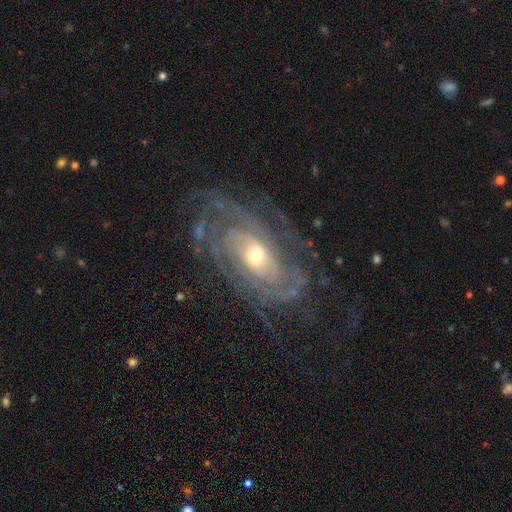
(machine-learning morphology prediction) A featured or disk galaxy (88%) with no bar (64%), tight (65%) spiral arms (95%) and a moderate central bulge (51%).

Vote fractions:
- Smooth or featured? featured or disk: 88% / smooth: 6% / star or artifact: 6%
- Edge-on disk? no: 95% / yes: 5%
- Bar? no: 64% / weak: 26% / strong: 10%
- Spiral arms? yes: 95% / no: 5%
- Spiral winding? tight: 65% / medium: 27% / loose: 8%
- Spiral arm count? can't tell: 33% / 2: 23% / 3: 16% / 4: 12% / more than 4: 9% / 1: 7%
- Bulge size? moderate: 51% / small: 43% / large: 4% / none: 1% / dominant: 1%
- Merging? none: 70% / minor disturbance: 17% / major disturbance: 12% / merger: 2%